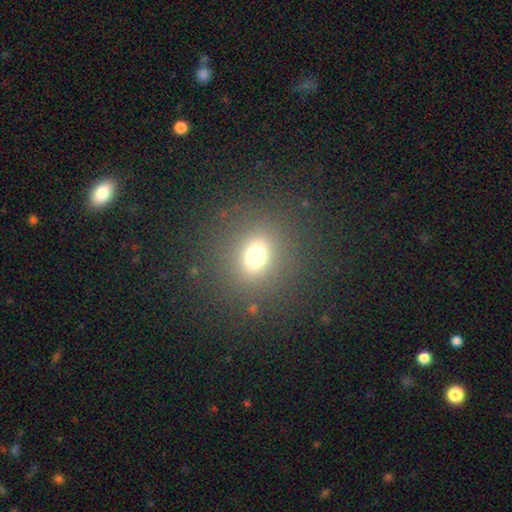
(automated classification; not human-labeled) smooth 70%, star or artifact 20%, featured or disk 10%. Down the decision tree: how rounded — round (69%); merging — none (85%).